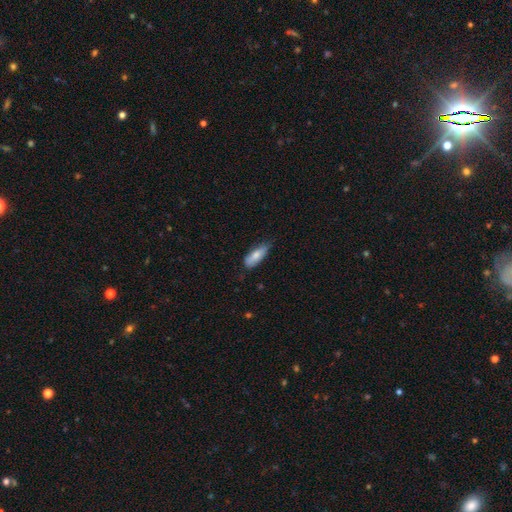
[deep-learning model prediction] A smooth galaxy with no disk features (77%) that is in between round and cigar-shaped (68%).

Vote fractions:
- Smooth or featured? smooth: 77% / featured or disk: 17% / star or artifact: 6%
- How rounded? in between: 68% / cigar-shaped: 30% / round: 2%
- Merging? none: 60% / minor disturbance: 33% / major disturbance: 6% / merger: 1%